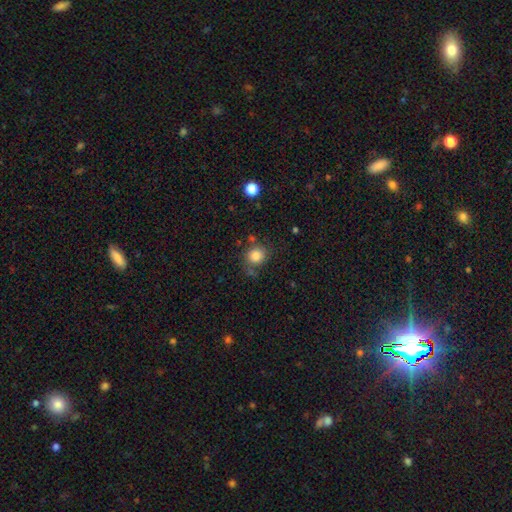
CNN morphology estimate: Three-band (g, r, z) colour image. It shows a smooth galaxy with no disk features (83%) that is round (82%). Merging: none (70%).